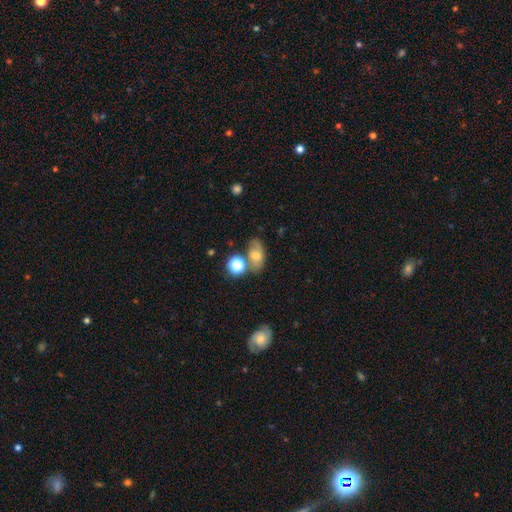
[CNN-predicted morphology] This appears to be a smooth galaxy with no disk features (60%) that is in between round and cigar-shaped (78%). Merging: none (54%).